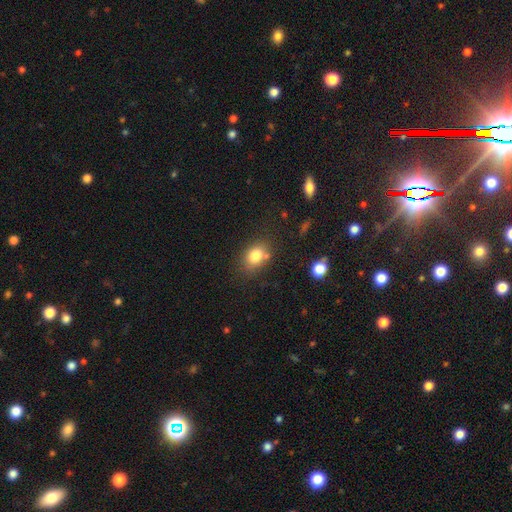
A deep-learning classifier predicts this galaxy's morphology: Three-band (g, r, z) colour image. It shows a smooth galaxy with no disk features (80%) that is in between round and cigar-shaped (64%). Merging: none (70%).